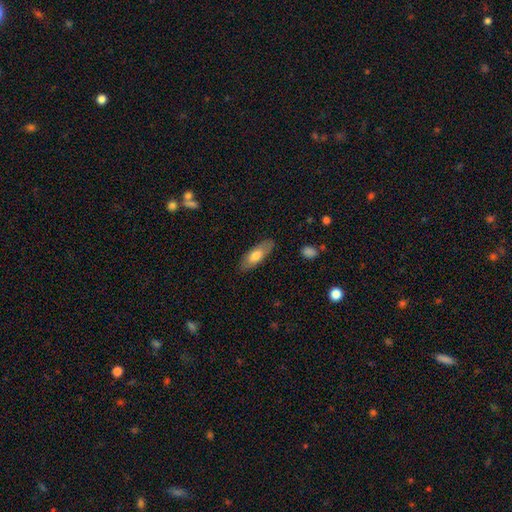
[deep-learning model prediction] Smooth or featured? Predicted: smooth (p=0.69). How rounded? Predicted: in between (p=0.68). Merging? Predicted: none (p=0.85).